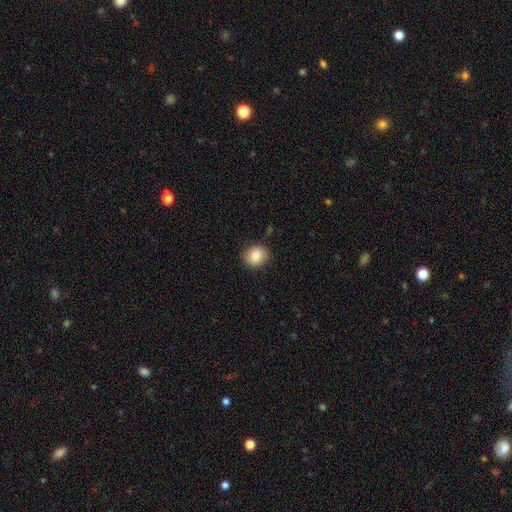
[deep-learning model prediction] Overall: smooth (86%). How rounded: round (79%). Merging: none (87%).